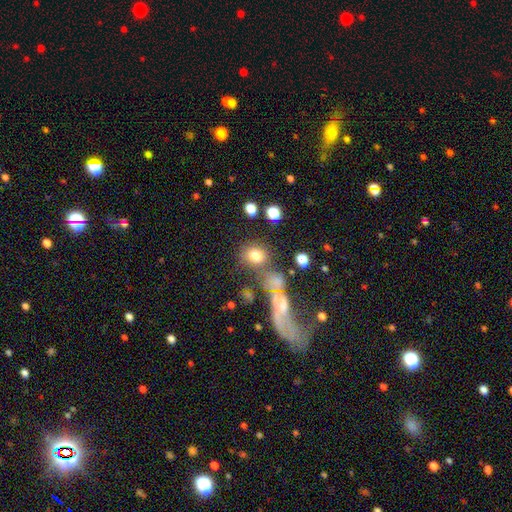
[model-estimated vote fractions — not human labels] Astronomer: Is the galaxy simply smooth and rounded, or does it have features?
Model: smooth — 74%.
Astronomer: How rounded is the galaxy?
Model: round — 70%.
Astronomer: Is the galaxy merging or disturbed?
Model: none — 56%.